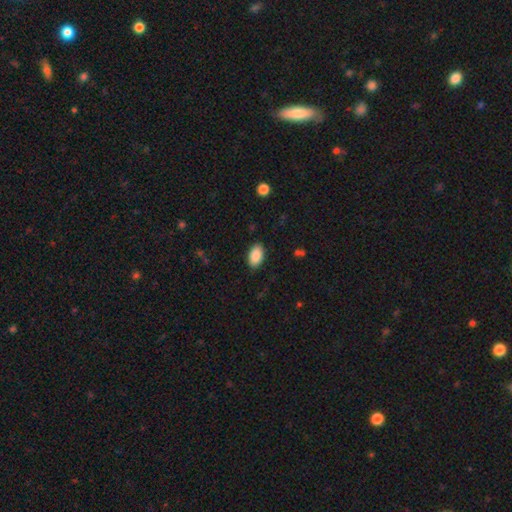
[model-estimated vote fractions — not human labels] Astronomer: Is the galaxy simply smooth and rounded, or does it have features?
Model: smooth — 89%.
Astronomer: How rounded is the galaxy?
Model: in between — 94%.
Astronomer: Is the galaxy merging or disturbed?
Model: none — 88%.